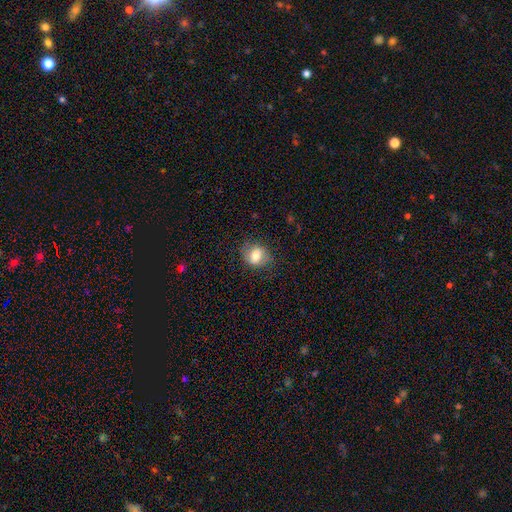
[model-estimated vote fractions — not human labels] This is likely a smooth galaxy (74%). How rounded: possibly round (54%). Merging: likely none (77%).